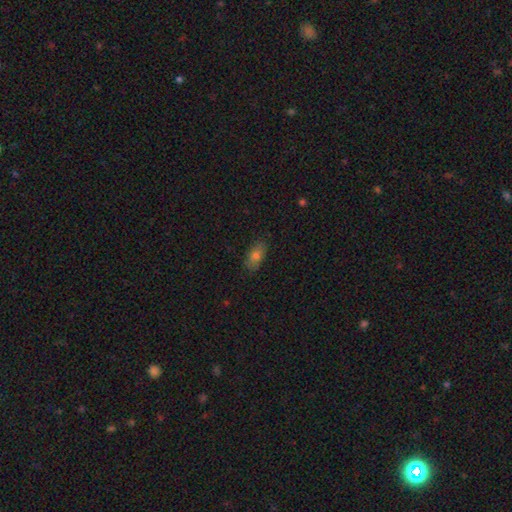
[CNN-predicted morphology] Smooth or featured: smooth — 77% (featured or disk — 13%)
How rounded: in between — 87% (cigar-shaped — 7%)
Merging: none — 83% (minor disturbance — 14%)